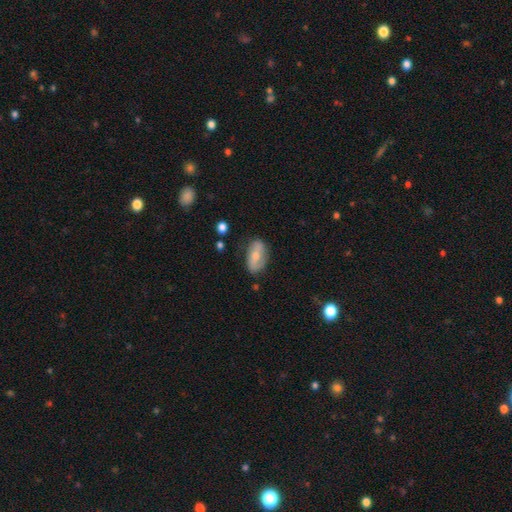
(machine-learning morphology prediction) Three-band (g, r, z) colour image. It shows a smooth galaxy with no disk features (53%) that is in between round and cigar-shaped (90%). Merging: none (72%).